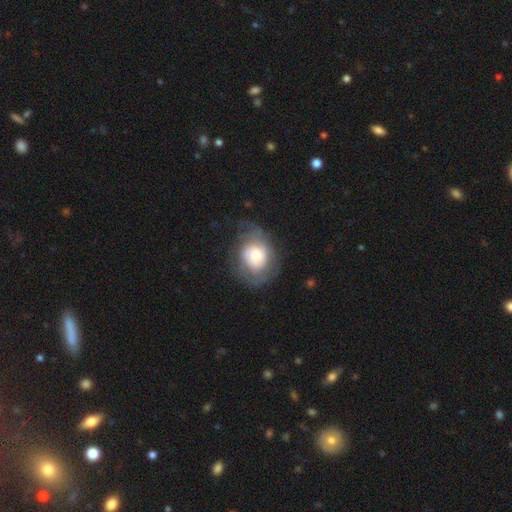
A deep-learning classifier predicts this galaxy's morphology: A featured or disk galaxy (54%) with no bar (76%), spiral arms (72%) and a large central bulge (44%). Merging: none (56%).